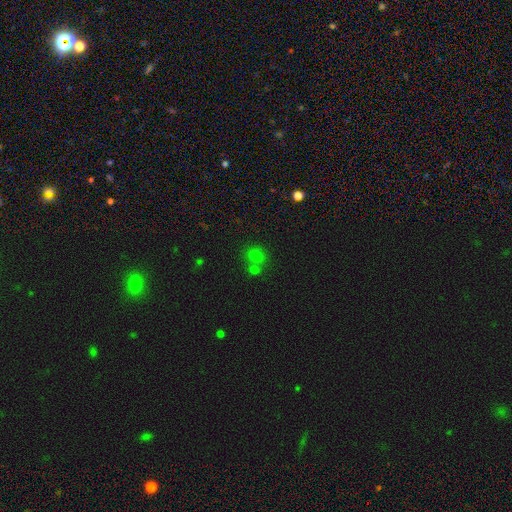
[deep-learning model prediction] This is likely a smooth galaxy (65%). How rounded: possibly round (54%). Merging: possibly none (55%).